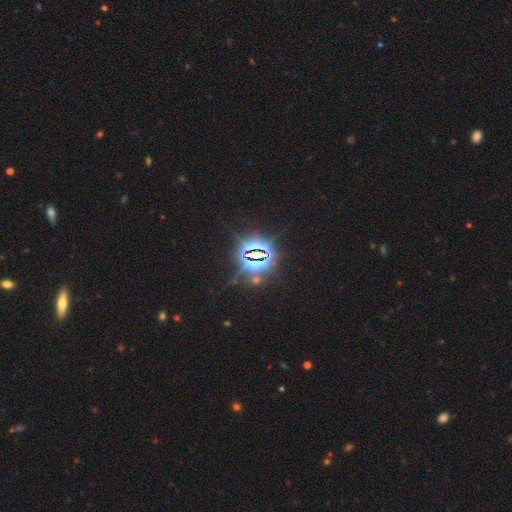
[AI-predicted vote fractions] Smooth or featured: star or artifact — 84% (smooth — 8%)